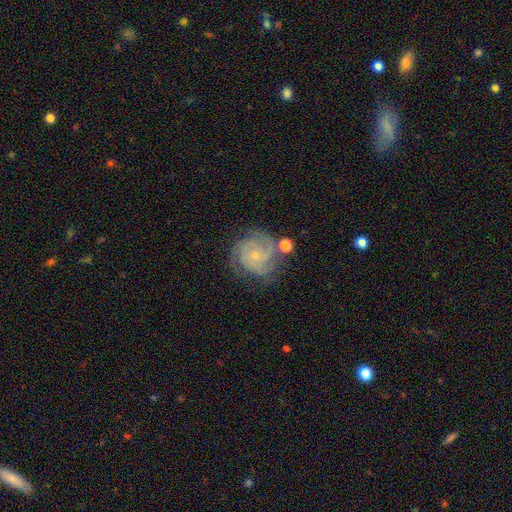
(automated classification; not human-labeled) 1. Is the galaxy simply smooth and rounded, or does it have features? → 83% featured or disk, 10% smooth, 7% star or artifact.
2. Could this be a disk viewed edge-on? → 98% no, 2% yes.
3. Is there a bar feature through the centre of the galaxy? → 78% no, 18% weak, 3% strong.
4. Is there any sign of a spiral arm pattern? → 96% yes, 4% no.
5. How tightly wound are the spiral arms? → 70% tight, 25% medium, 5% loose.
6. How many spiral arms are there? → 36% 3, 21% can't tell, 16% 4, 16% 2, 6% more than 4, 5% 1.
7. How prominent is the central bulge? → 78% small, 17% moderate, 3% none, 1% large, 1% dominant.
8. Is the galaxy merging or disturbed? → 69% none, 18% minor disturbance, 8% major disturbance, 6% merger.